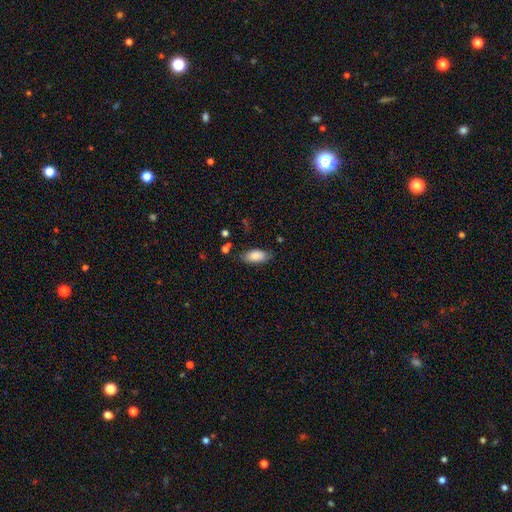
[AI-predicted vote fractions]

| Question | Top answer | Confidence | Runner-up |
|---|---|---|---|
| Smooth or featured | smooth | 86% | featured or disk (8%) |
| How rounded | in between | 91% | cigar-shaped (7%) |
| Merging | none | 76% | minor disturbance (17%) |